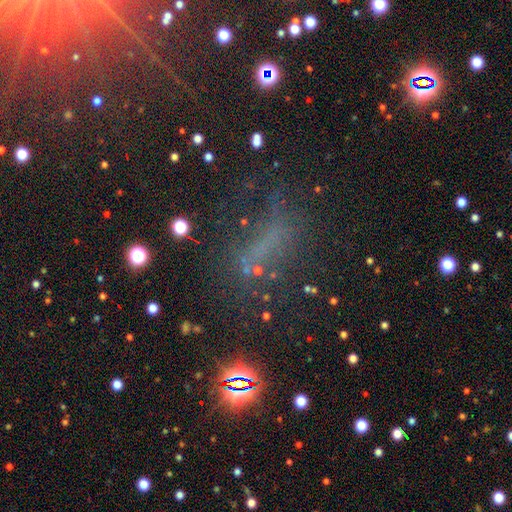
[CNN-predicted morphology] type=star or artifact (48%).